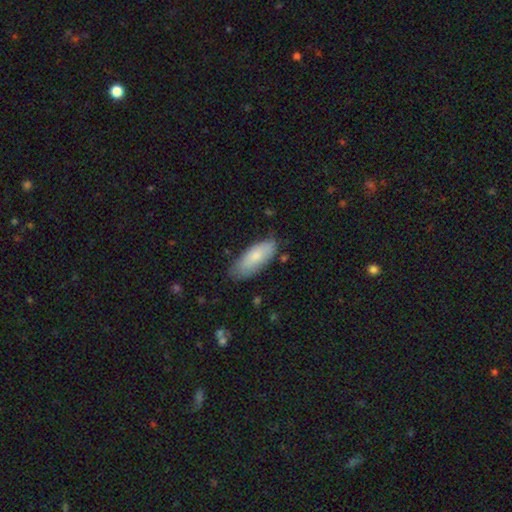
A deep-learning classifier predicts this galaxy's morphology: smooth_or_featured: smooth (p=0.77) [alt: featured or disk p=0.17]
how_rounded: in between (p=0.77) [alt: cigar-shaped p=0.22]
merging: none (p=0.76) [alt: minor disturbance p=0.19]